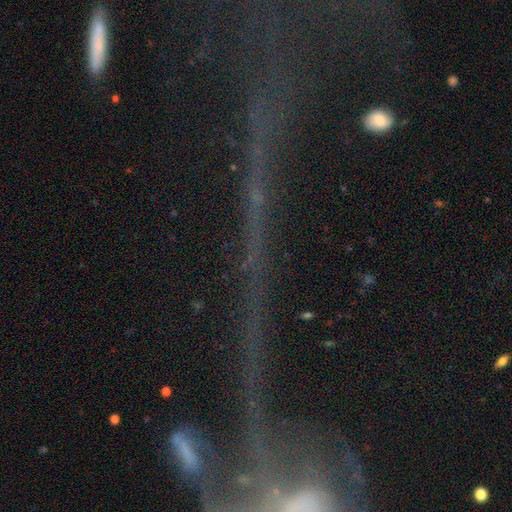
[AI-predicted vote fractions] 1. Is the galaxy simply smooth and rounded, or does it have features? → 63% star or artifact, 25% featured or disk, 13% smooth.